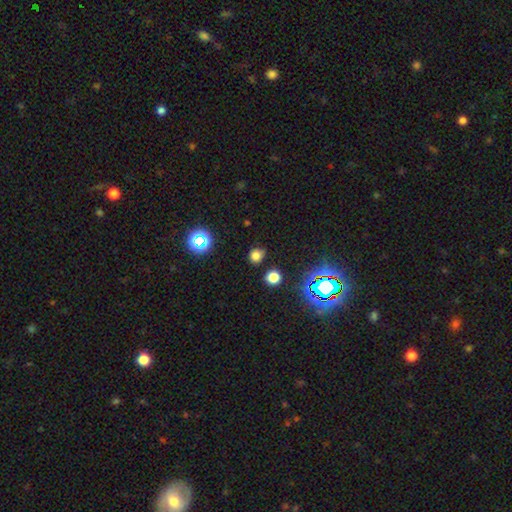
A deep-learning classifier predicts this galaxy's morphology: smooth-or-featured: smooth: 72% | star or artifact: 22% | featured or disk: 6%
  how-rounded: round: 80% | in between: 19% | cigar-shaped: 1%
  merging: none: 81% | minor disturbance: 12% | merger: 4% | major disturbance: 3%